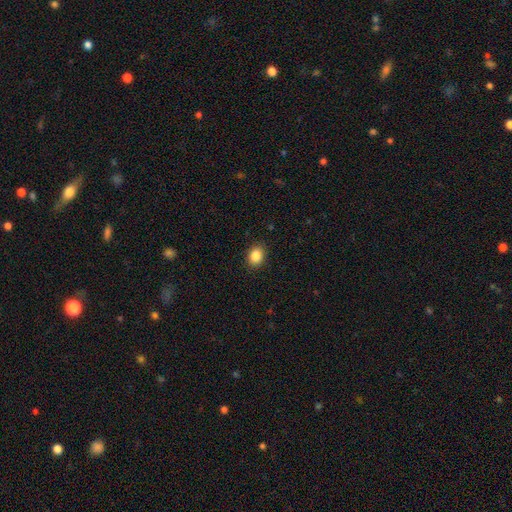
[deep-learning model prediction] Smooth or featured? smooth (87%)
How rounded? in between (54%)
Merging? none (89%)